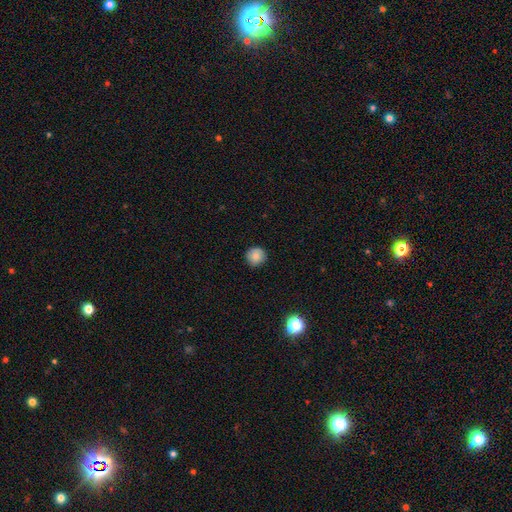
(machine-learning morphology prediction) A smooth galaxy with no disk features (82%) that is round (93%).

Vote fractions:
- Smooth or featured? smooth: 82% / star or artifact: 9% / featured or disk: 9%
- How rounded? round: 93% / in between: 6% / cigar-shaped: 1%
- Merging? none: 87% / minor disturbance: 10% / major disturbance: 2% / merger: 1%